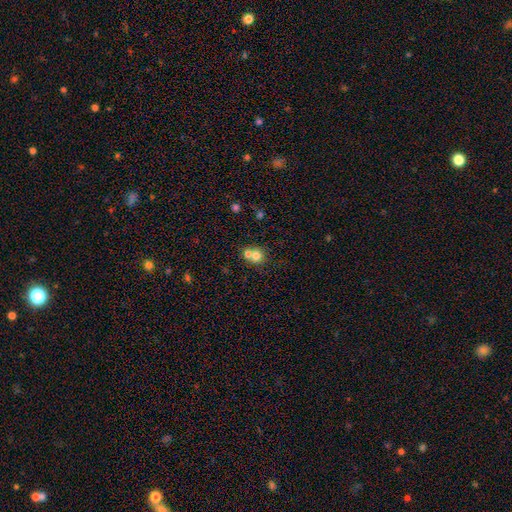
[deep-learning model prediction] Morphology: type=smooth (75%); roundness=round (83%); merging=merger (55%).